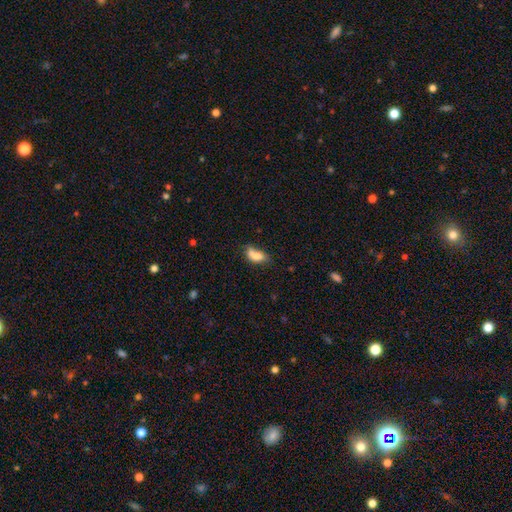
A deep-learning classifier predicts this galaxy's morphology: smooth_or_featured: smooth (p=0.73) [alt: featured or disk p=0.18]
how_rounded: in between (p=0.84) [alt: round p=0.09]
merging: none (p=0.32) [tied with: merger p=0.32]